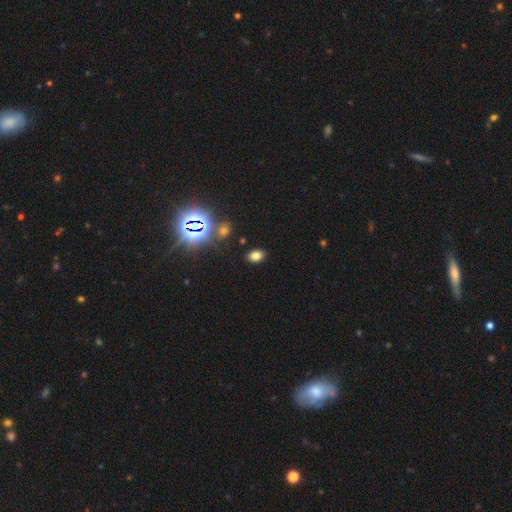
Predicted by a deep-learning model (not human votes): Overall: smooth (72%). How rounded: in between (82%). Merging: none (87%).